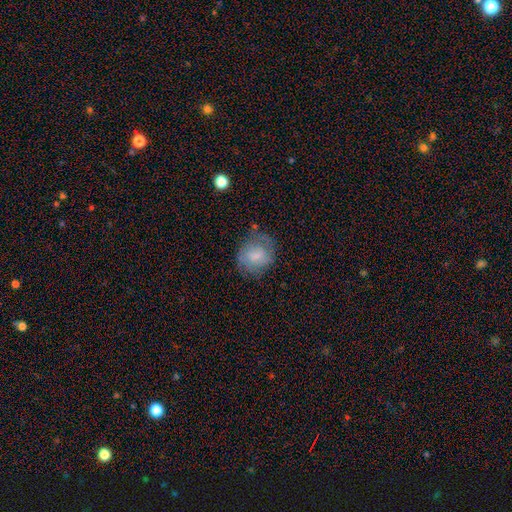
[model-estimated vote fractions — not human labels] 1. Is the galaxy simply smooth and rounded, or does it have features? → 55% smooth, 37% featured or disk, 8% star or artifact.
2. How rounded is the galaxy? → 68% round, 31% in between, 1% cigar-shaped.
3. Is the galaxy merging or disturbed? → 56% none, 27% minor disturbance, 15% major disturbance, 3% merger.